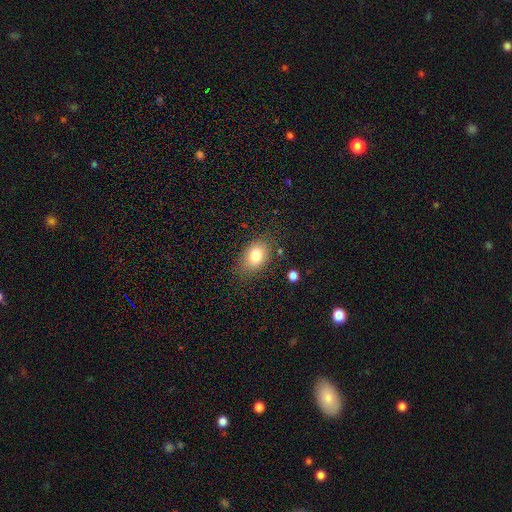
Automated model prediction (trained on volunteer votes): smooth-or-featured: smooth: 78% | featured or disk: 12% | star or artifact: 10%
  how-rounded: in between: 76% | round: 23% | cigar-shaped: 1%
  merging: none: 78% | minor disturbance: 16% | major disturbance: 4% | merger: 2%